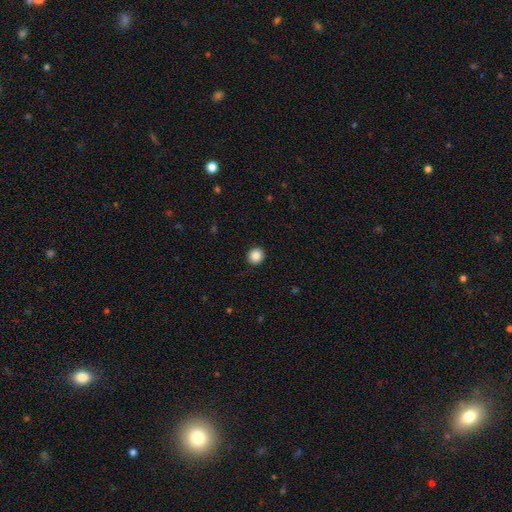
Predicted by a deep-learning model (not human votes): The model was most divided on "smooth or featured": smooth: 87%, star or artifact: 9%, featured or disk: 4%. More confident: merging — none (91%); how rounded — round (89%).